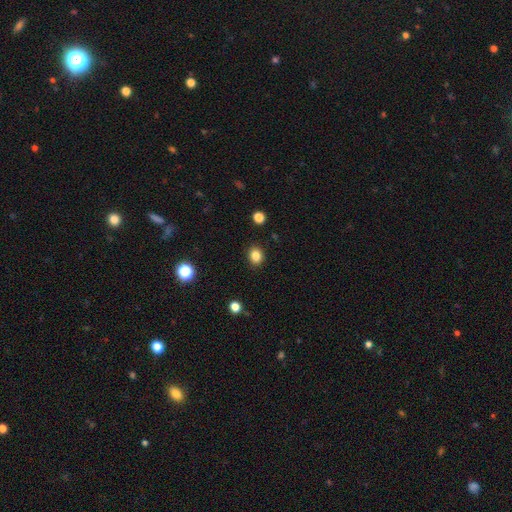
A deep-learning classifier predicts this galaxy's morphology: A smooth galaxy with no disk features (84%) that is round (61%).

Vote fractions:
- Smooth or featured? smooth: 84% / star or artifact: 11% / featured or disk: 5%
- How rounded? round: 61% / in between: 38% / cigar-shaped: 1%
- Merging? none: 90% / minor disturbance: 7% / major disturbance: 2% / merger: 1%